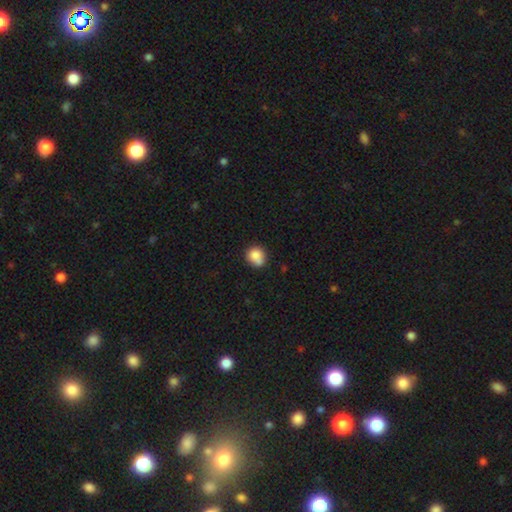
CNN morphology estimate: smooth 81%, featured or disk 10%, star or artifact 10%. Down the decision tree: how rounded — round (82%); merging — none (57%).